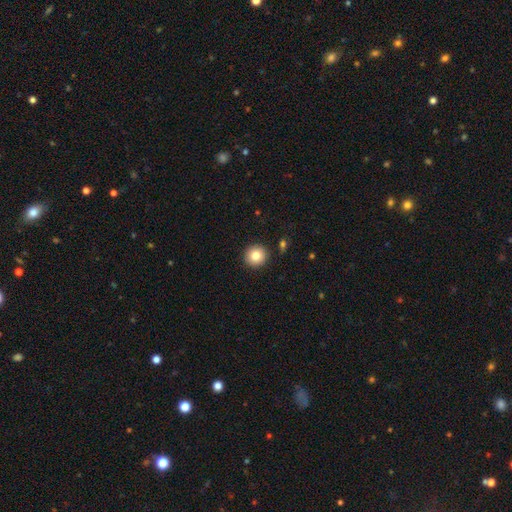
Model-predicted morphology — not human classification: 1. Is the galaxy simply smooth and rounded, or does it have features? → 82% smooth, 10% star or artifact, 9% featured or disk.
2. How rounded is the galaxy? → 94% round, 5% in between, 1% cigar-shaped.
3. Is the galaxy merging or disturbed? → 91% none, 5% minor disturbance, 2% merger, 2% major disturbance.